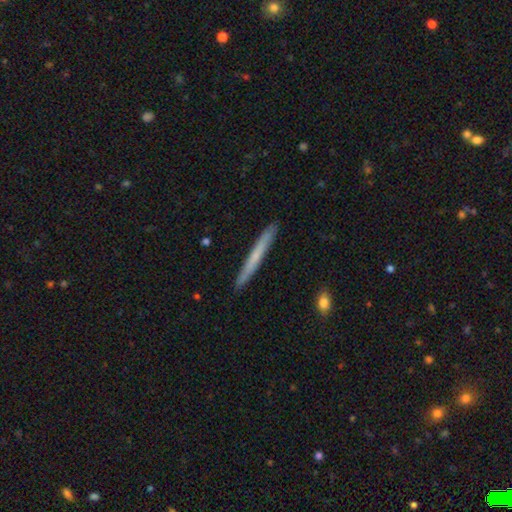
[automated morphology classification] Smooth or featured? smooth (54%)
How rounded? cigar-shaped (97%)
Merging? none (91%)